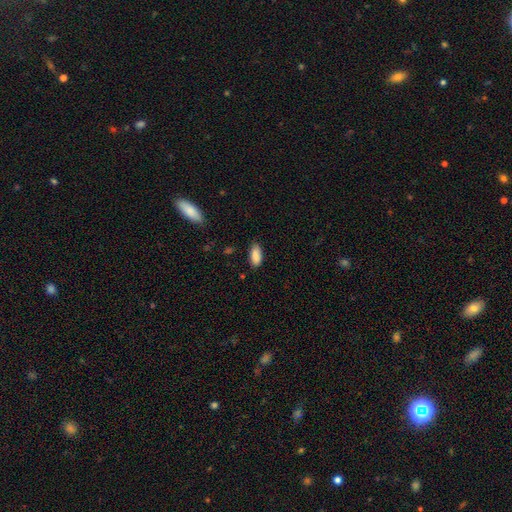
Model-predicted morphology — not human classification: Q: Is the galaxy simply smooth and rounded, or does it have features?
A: smooth — 88%.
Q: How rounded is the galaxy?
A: in between — 87%.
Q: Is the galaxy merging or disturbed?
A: none — 75%.